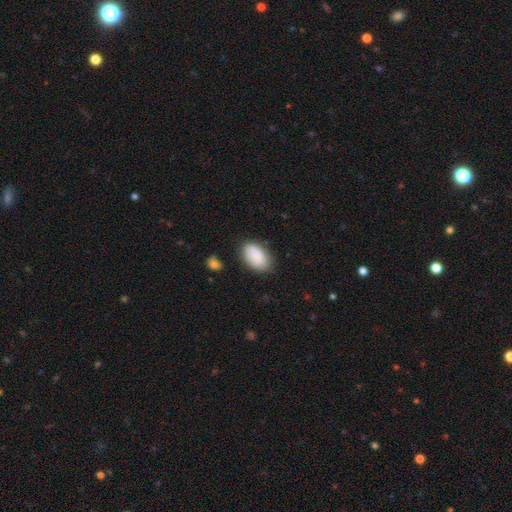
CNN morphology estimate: This appears to be a smooth galaxy with no disk features (88%) that is in between round and cigar-shaped (93%). Merging: none (77%).